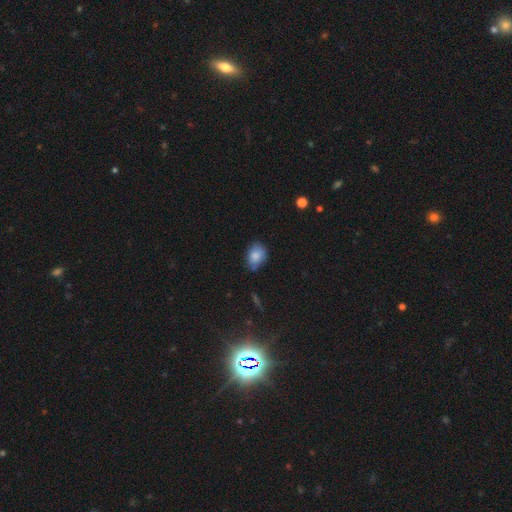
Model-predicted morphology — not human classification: Smooth or featured? smooth (82%)
How rounded? in between (69%)
Merging? none (62%)